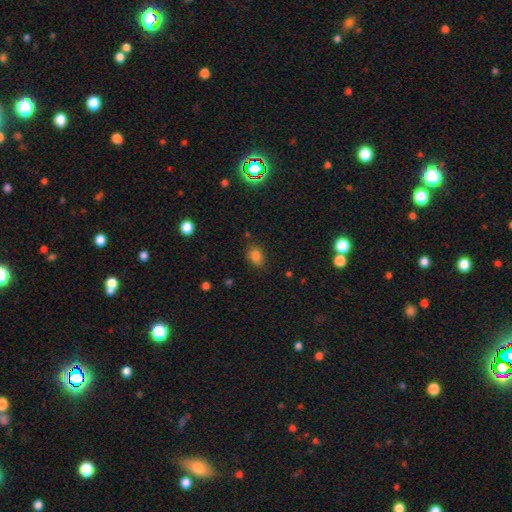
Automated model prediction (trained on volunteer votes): This appears to be a smooth galaxy with no disk features (81%) that is in between round and cigar-shaped (72%). Merging: none (80%).